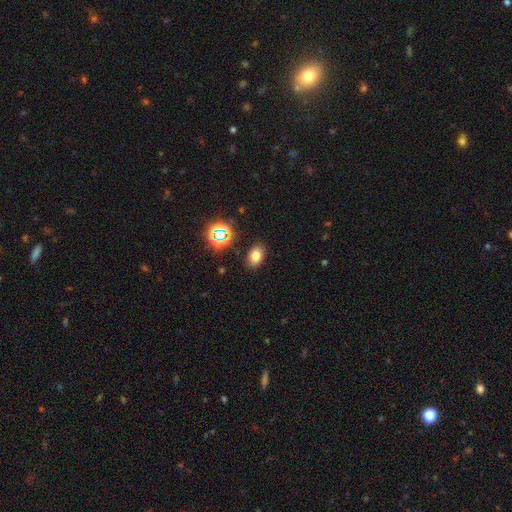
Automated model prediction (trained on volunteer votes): This is likely a smooth galaxy (75%). How rounded: likely in between (80%). Merging: clearly none (86%).